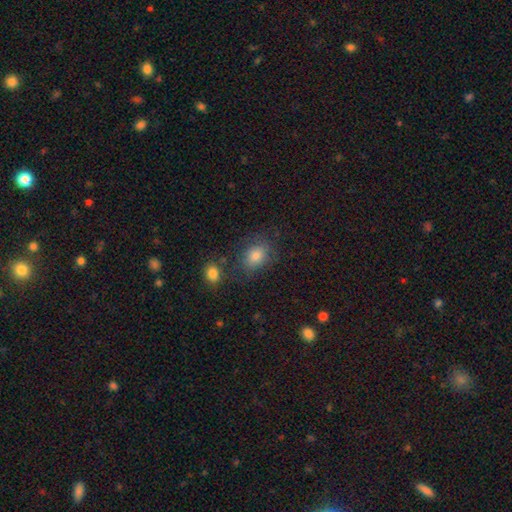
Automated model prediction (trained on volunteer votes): This appears to be a smooth galaxy with no disk features (79%) that is in between round and cigar-shaped (66%). Merging: none (73%).